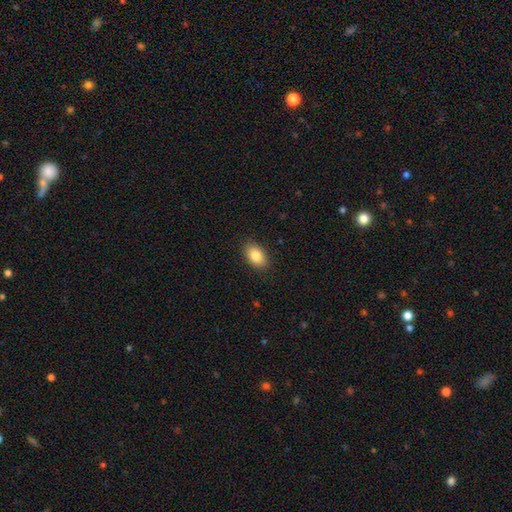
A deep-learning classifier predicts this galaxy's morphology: Smooth or featured? smooth (84%)
How rounded? in between (89%)
Merging? none (88%)